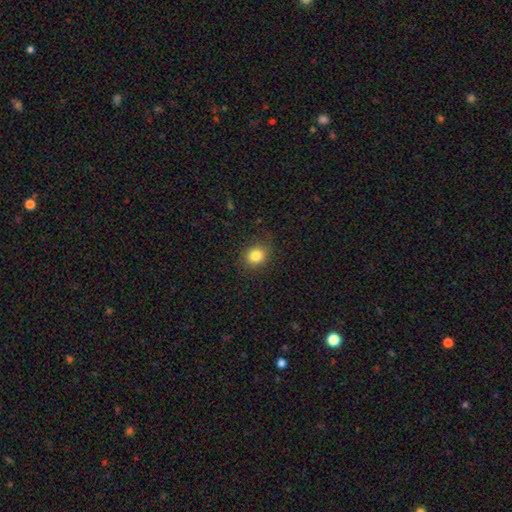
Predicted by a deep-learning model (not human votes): smooth-or-featured: smooth: 83% | star or artifact: 11% | featured or disk: 6%
  how-rounded: round: 71% | in between: 29% | cigar-shaped: 1%
  merging: none: 83% | minor disturbance: 12% | major disturbance: 4% | merger: 1%